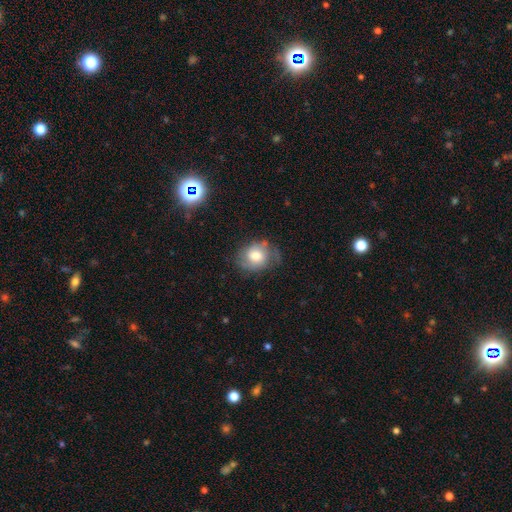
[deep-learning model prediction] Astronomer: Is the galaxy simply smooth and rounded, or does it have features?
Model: smooth — 52% (runner-up: featured or disk, 39%).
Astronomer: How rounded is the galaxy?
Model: round — 54% (runner-up: in between, 45%).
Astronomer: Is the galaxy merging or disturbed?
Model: none — 57%.